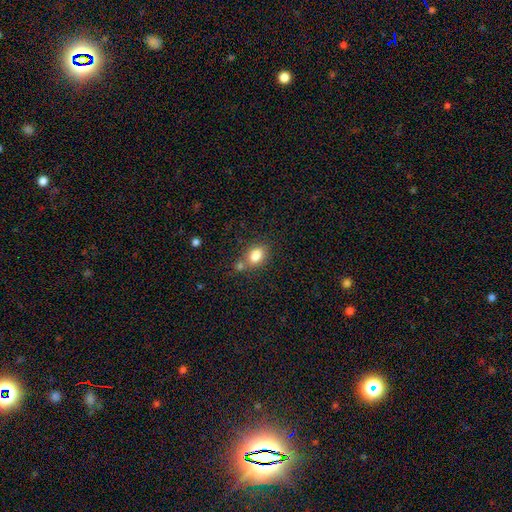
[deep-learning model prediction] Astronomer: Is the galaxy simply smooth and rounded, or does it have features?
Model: smooth — 82%.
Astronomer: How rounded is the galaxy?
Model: in between — 73%.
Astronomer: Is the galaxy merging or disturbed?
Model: none — 61%.